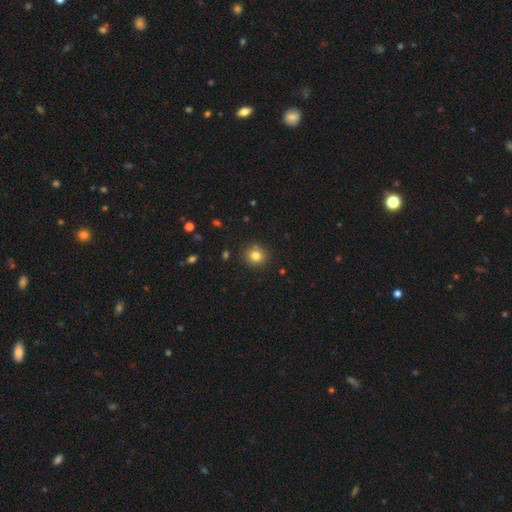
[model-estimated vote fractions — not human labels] Smooth or featured? smooth (81%)
How rounded? round (89%)
Merging? none (88%)